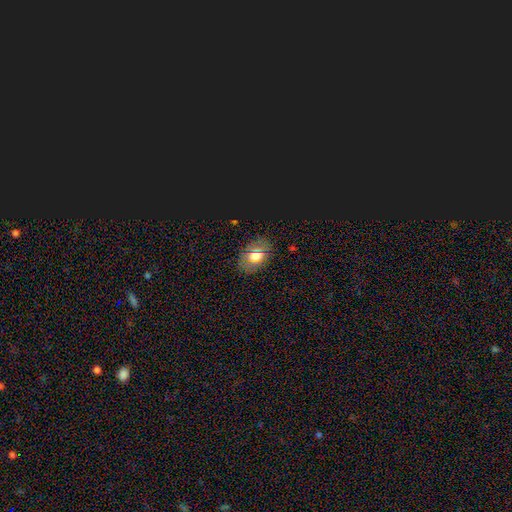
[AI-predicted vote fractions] This appears to be a smooth galaxy with no disk features (68%) that is in between round and cigar-shaped (79%). Merging: none (84%).